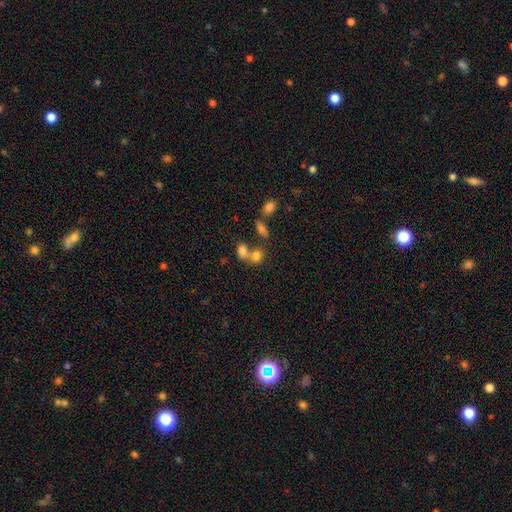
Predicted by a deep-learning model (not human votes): Morphology: type=smooth (76%); roundness=round (50%); merging=merger (52%).